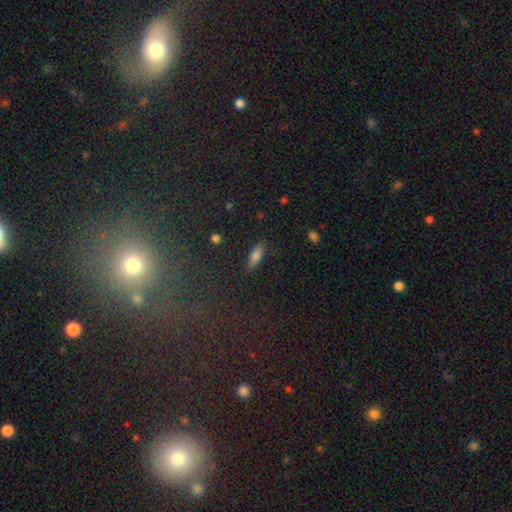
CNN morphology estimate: A smooth galaxy with no disk features (77%) that is in between round and cigar-shaped (64%).

Vote fractions:
- Smooth or featured? smooth: 77% / featured or disk: 14% / star or artifact: 9%
- How rounded? in between: 64% / cigar-shaped: 33% / round: 3%
- Merging? none: 86% / minor disturbance: 10% / major disturbance: 2% / merger: 1%